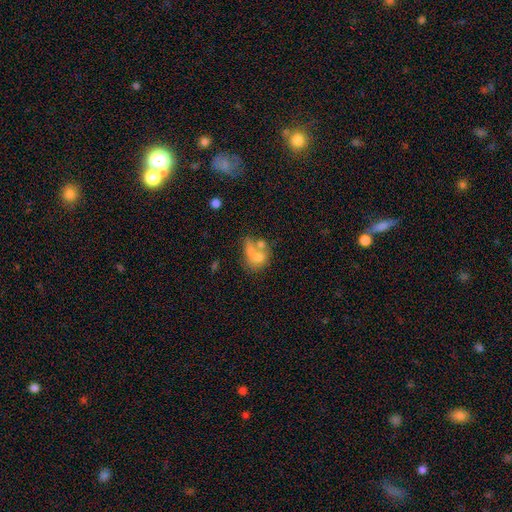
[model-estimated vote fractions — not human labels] The model was most divided on "how rounded": in between: 50%, round: 48%, cigar-shaped: 2%. More confident: smooth or featured — smooth (59%); merging — merger (56%).